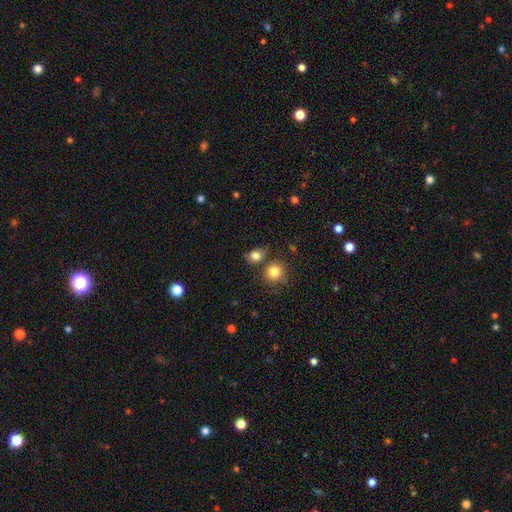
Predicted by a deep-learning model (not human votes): smooth 81%, star or artifact 11%, featured or disk 8%. Down the decision tree: how rounded — in between (55%); merging — none (60%).